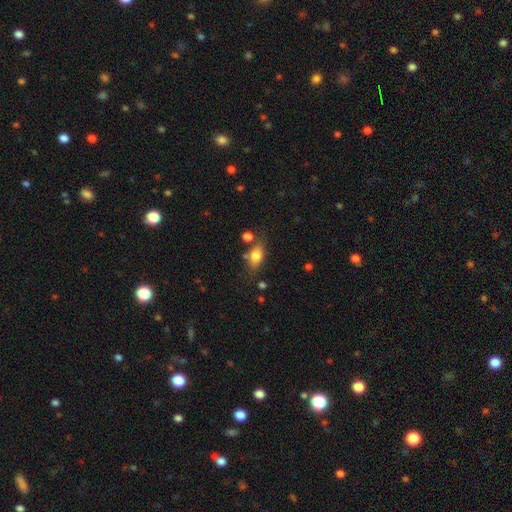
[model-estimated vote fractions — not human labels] The model was most divided on "merging": none: 67%, minor disturbance: 17%, merger: 10%, major disturbance: 6%. More confident: how rounded — in between (79%); smooth or featured — smooth (75%).